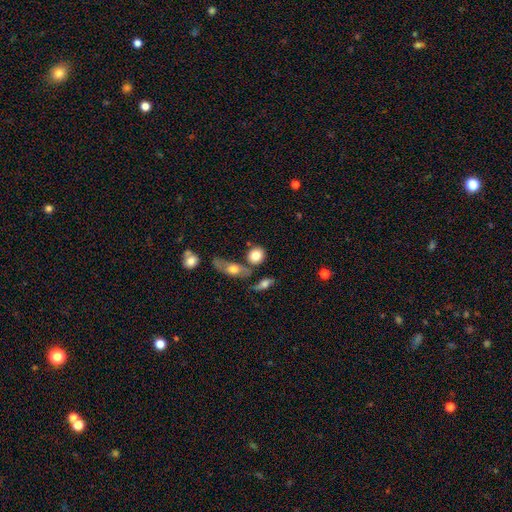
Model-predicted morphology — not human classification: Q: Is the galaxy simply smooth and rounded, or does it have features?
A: smooth — 79%.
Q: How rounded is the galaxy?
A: round — 67%.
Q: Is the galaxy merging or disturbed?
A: none — 64%.